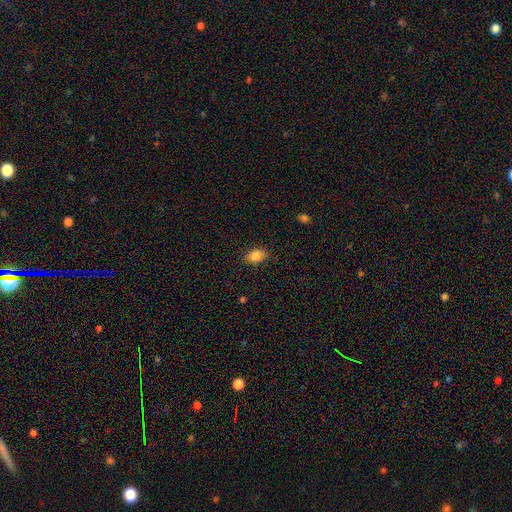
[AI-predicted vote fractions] smooth 85%, star or artifact 9%, featured or disk 6%. Down the decision tree: how rounded — in between (81%); merging — none (85%).